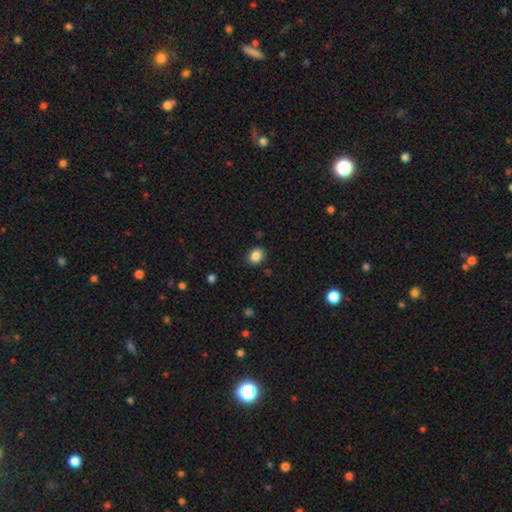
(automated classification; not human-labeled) A smooth galaxy with no disk features (86%) that is in between round and cigar-shaped (54%).

Vote fractions:
- Smooth or featured? smooth: 86% / star or artifact: 9% / featured or disk: 4%
- How rounded? in between: 54% / round: 45% / cigar-shaped: 1%
- Merging? none: 84% / minor disturbance: 12% / major disturbance: 3% / merger: 2%